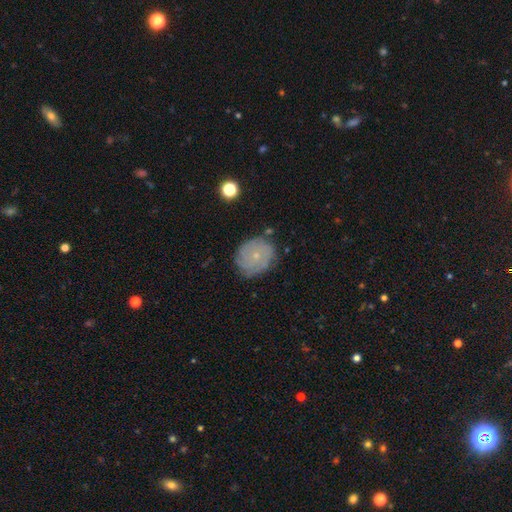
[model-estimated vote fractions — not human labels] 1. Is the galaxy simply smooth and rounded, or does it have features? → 52% featured or disk, 38% smooth, 10% star or artifact.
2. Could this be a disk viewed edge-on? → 97% no, 3% yes.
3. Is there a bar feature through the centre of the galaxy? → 88% no, 10% weak, 2% strong.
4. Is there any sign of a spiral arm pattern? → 77% yes, 23% no.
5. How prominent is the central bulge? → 83% small, 13% moderate, 2% none, 1% large, 1% dominant.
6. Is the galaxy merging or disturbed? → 76% none, 17% minor disturbance, 5% major disturbance, 2% merger.